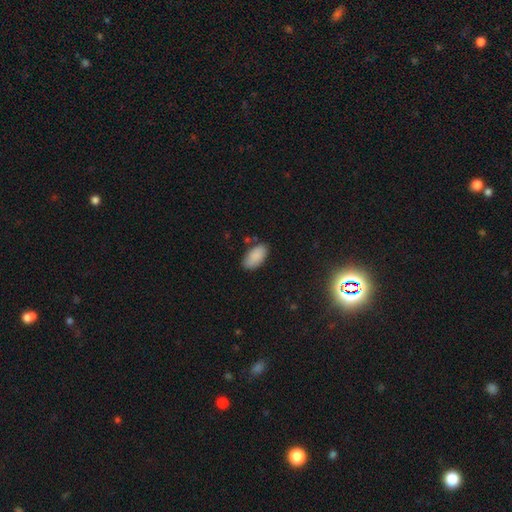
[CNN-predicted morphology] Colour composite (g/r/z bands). It shows a smooth galaxy with no disk features (89%) that is in between round and cigar-shaped (95%). Merging: none (79%).